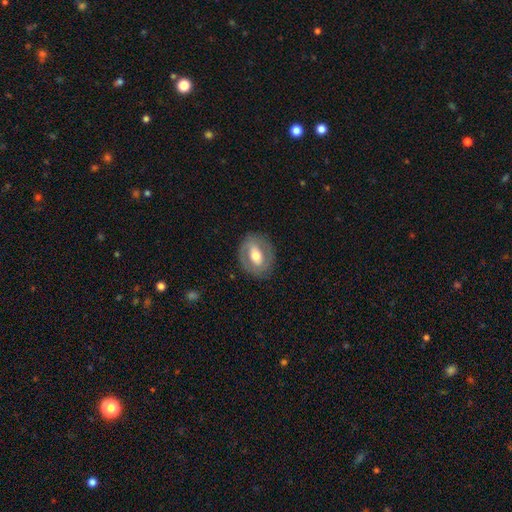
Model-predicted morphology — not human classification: Smooth or featured? featured or disk (55%)
Edge-on disk? no (93%)
Bar? weak (36%)
Spiral arms? no (60%)
Bulge size? moderate (68%)
Merging? none (81%)